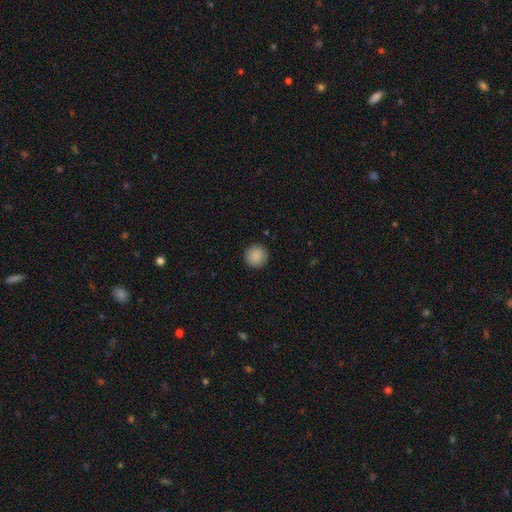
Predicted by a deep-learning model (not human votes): A smooth galaxy with no disk features (89%) that is round (95%).

Vote fractions:
- Smooth or featured? smooth: 89% / star or artifact: 8% / featured or disk: 3%
- How rounded? round: 95% / in between: 4% / cigar-shaped: 1%
- Merging? none: 92% / minor disturbance: 6% / major disturbance: 2% / merger: 1%